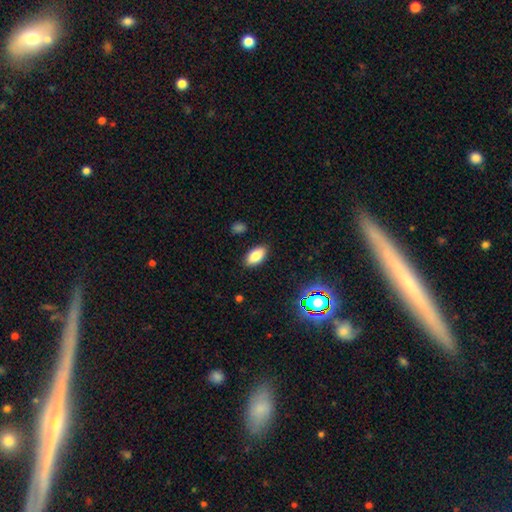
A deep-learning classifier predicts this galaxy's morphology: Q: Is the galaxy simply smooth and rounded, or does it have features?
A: smooth — 82%.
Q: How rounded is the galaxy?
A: in between — 91%.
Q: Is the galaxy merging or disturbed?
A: none — 88%.